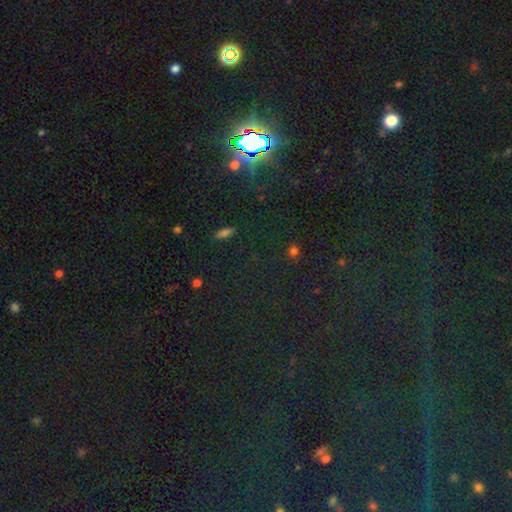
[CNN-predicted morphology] This is clearly a star or artifact rather than a galaxy (81%).